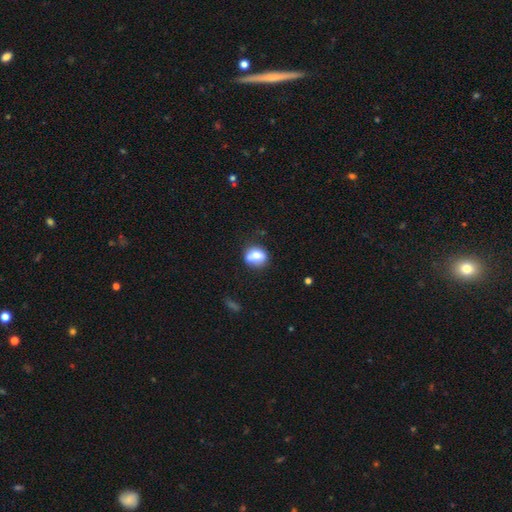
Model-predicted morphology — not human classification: A smooth galaxy with no disk features (74%) that is round (52%).

Vote fractions:
- Smooth or featured? smooth: 74% / featured or disk: 18% / star or artifact: 9%
- How rounded? round: 52% / in between: 46% / cigar-shaped: 2%
- Merging? none: 61% / minor disturbance: 21% / merger: 11% / major disturbance: 6%